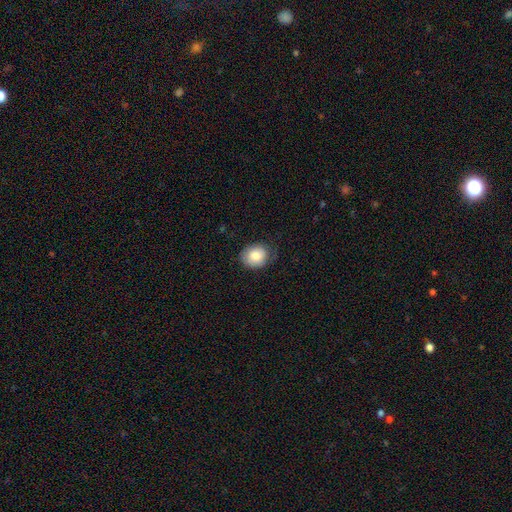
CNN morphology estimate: A smooth galaxy with no disk features (83%) that is round (60%). Merging: none (71%).